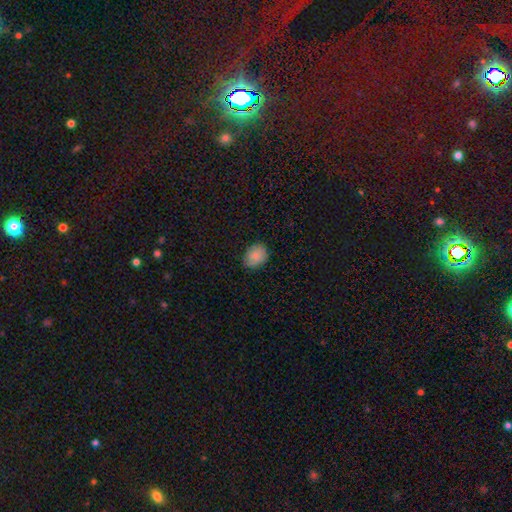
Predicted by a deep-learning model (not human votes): A smooth galaxy with no disk features (85%) that is in between round and cigar-shaped (58%).

Vote fractions:
- Smooth or featured? smooth: 85% / star or artifact: 8% / featured or disk: 7%
- How rounded? in between: 58% / round: 41% / cigar-shaped: 1%
- Merging? none: 79% / minor disturbance: 17% / major disturbance: 3% / merger: 1%